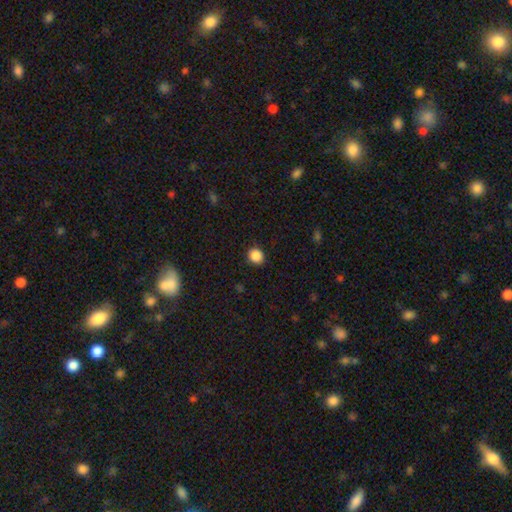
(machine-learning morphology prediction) Overall: smooth (87%). How rounded: round (80%). Merging: none (90%).